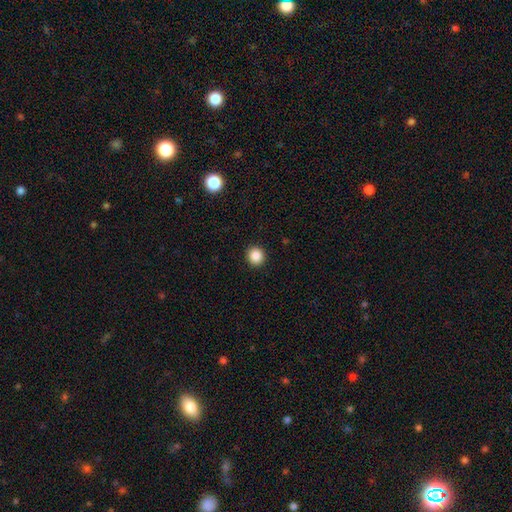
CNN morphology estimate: Q: Smooth or featured?
A: smooth (87%); runner-up: star or artifact (10%)
Q: How rounded?
A: round (90%); runner-up: in between (9%)
Q: Merging?
A: none (92%); runner-up: minor disturbance (5%)